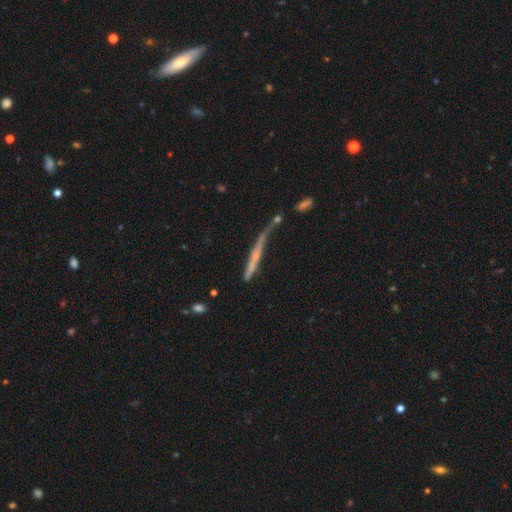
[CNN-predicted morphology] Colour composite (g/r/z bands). It shows a featured or disk galaxy (52%) viewed edge-on (83%). Merging: none (33%).